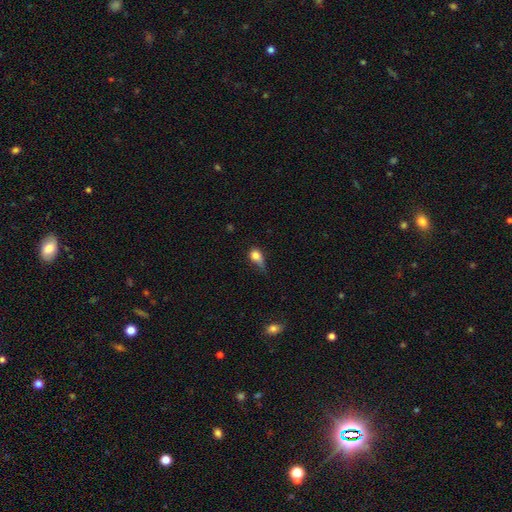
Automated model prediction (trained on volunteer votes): Overall: smooth (78%). How rounded: in between (63%; round 32%). Merging: minor disturbance (42%; major disturbance 27%).